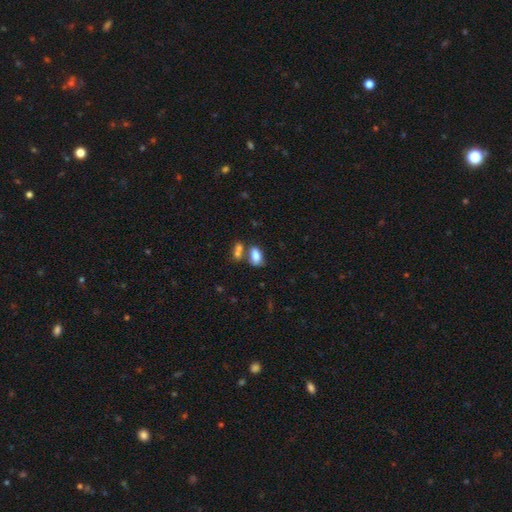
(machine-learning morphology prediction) Smooth or featured? smooth (82%)
How rounded? in between (91%)
Merging? none (51%)